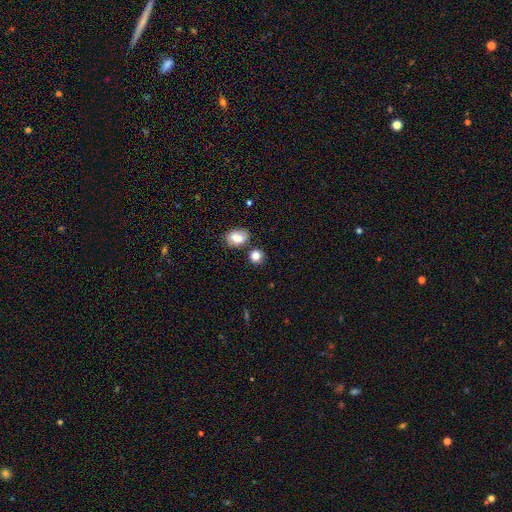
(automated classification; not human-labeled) smooth-or-featured: smooth: 82% | star or artifact: 11% | featured or disk: 7%
  how-rounded: round: 79% | in between: 19% | cigar-shaped: 1%
  merging: none: 74% | merger: 12% | minor disturbance: 11% | major disturbance: 3%